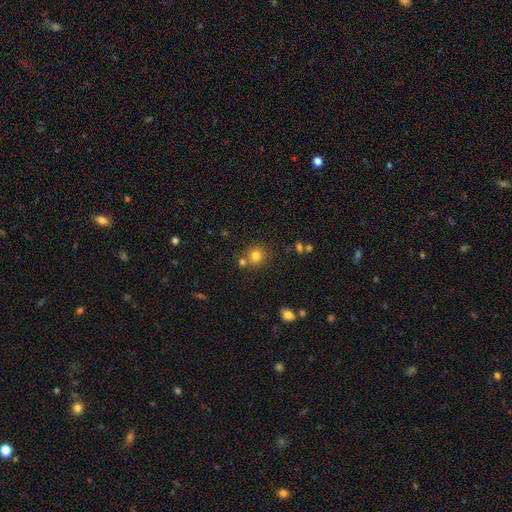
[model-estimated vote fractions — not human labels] This is likely a smooth galaxy (79%). How rounded: clearly round (89%). Merging: likely none (70%).